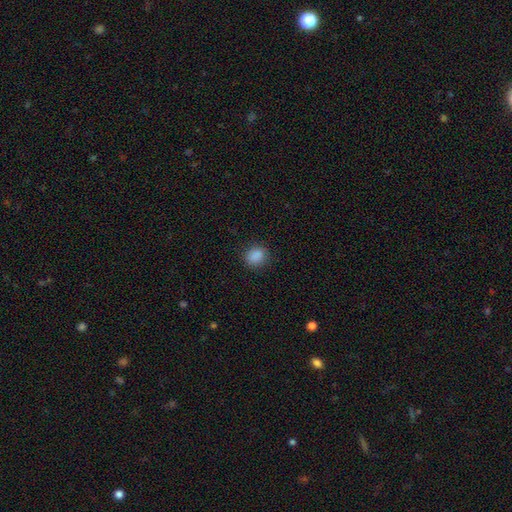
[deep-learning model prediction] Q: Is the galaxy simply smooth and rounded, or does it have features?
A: smooth — 87%.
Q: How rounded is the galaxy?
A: round — 65%.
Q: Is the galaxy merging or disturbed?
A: none — 86%.